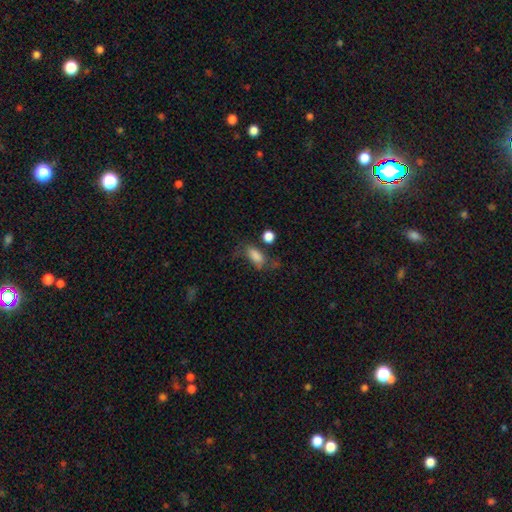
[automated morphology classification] Smooth or featured? smooth (78%)
How rounded? in between (85%)
Merging? none (44%)